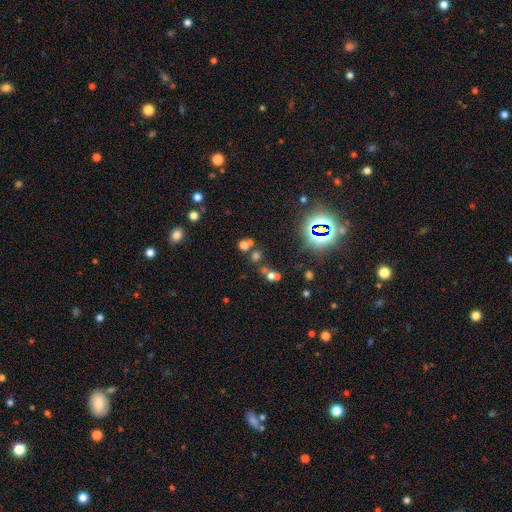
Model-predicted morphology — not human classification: This appears to be a star or artifact, not a galaxy (60%).